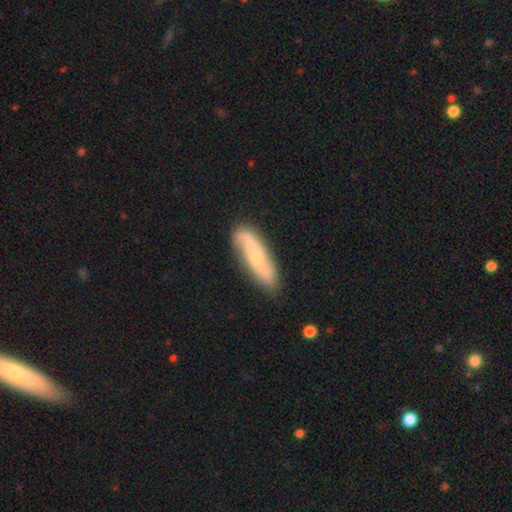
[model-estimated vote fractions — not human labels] A featured or disk galaxy (64%) with no bar (61%), spiral arms (89%) and a small central bulge (61%). Merging: none (81%).